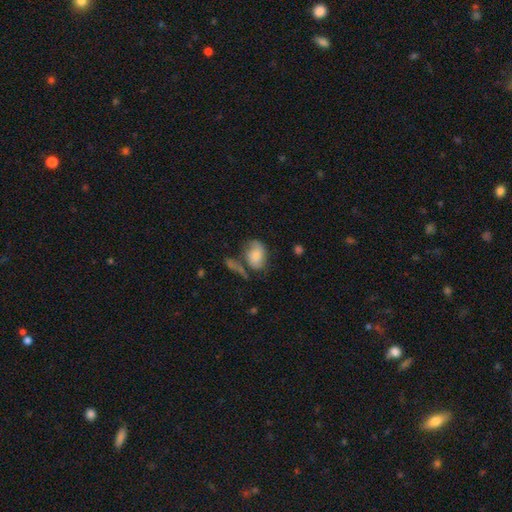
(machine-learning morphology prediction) Smooth or featured?
  - smooth: 64% *
  - featured or disk: 27%
  - star or artifact: 8%
How rounded?
  - in between: 79% *
  - round: 19%
  - cigar-shaped: 1%
Merging?
  - none: 44% *
  - minor disturbance: 26%
  - merger: 16%
  - major disturbance: 14%